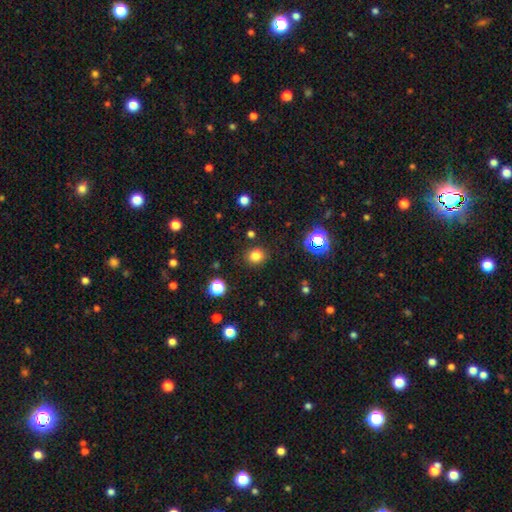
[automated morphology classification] Q: Smooth or featured?
A: smooth (80%); runner-up: star or artifact (15%)
Q: How rounded?
A: round (77%); runner-up: in between (22%)
Q: Merging?
A: none (88%); runner-up: minor disturbance (8%)